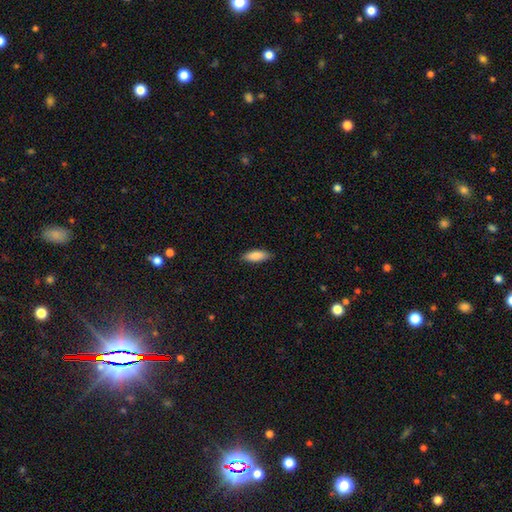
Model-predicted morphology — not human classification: Smooth or featured? Predicted: smooth (p=0.87). How rounded? Predicted: in between (p=0.67). Merging? Predicted: none (p=0.86).